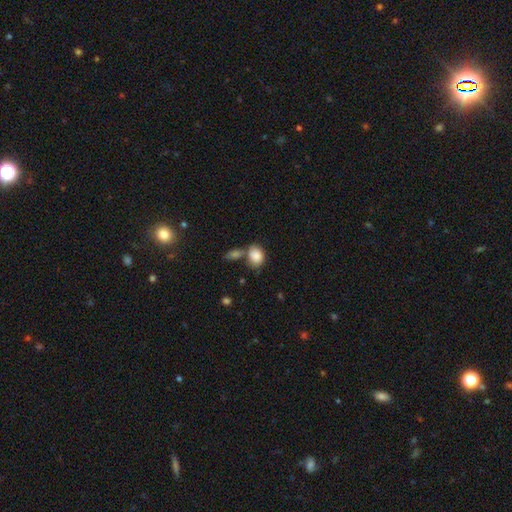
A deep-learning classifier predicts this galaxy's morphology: Smooth or featured: smooth — 86% (star or artifact — 8%)
How rounded: in between — 66% (round — 32%)
Merging: none — 44% (merger — 35%)